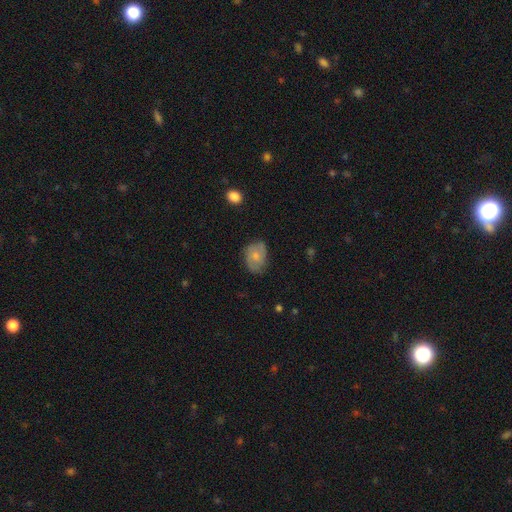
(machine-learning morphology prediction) This appears to be a smooth galaxy with no disk features (63%) that is in between round and cigar-shaped (63%). Merging: none (64%).